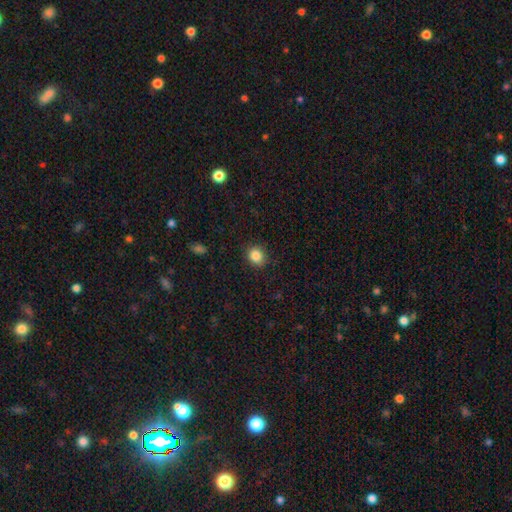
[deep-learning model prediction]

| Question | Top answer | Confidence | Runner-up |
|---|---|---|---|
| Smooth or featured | smooth | 85% | star or artifact (10%) |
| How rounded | round | 76% | in between (23%) |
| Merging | none | 88% | minor disturbance (9%) |